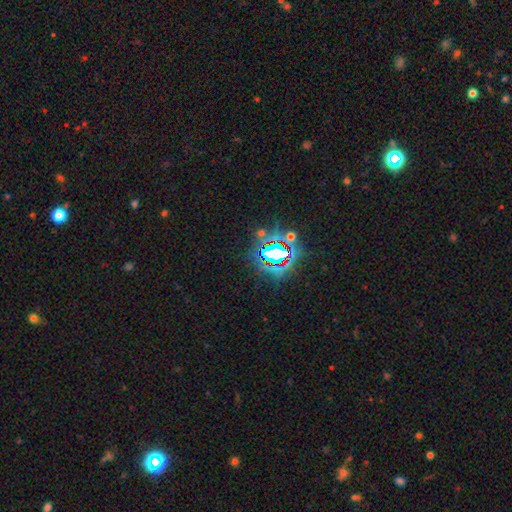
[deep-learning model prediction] A star or artifact, not a galaxy (81%).

Vote fractions:
- Smooth or featured? star or artifact: 81% / smooth: 11% / featured or disk: 8%